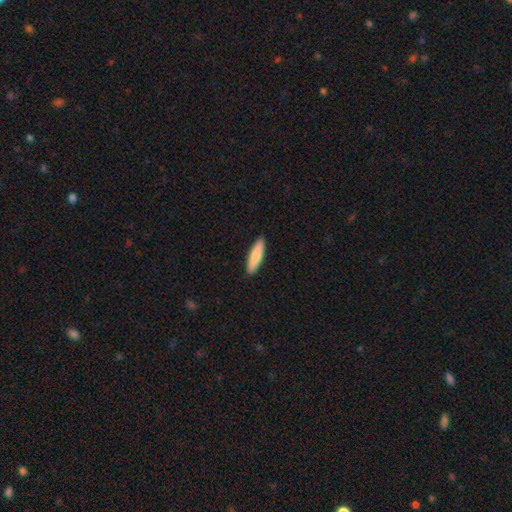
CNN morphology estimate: smooth 78%, featured or disk 17%, star or artifact 5%. Down the decision tree: how rounded — cigar-shaped (74%); merging — none (91%).